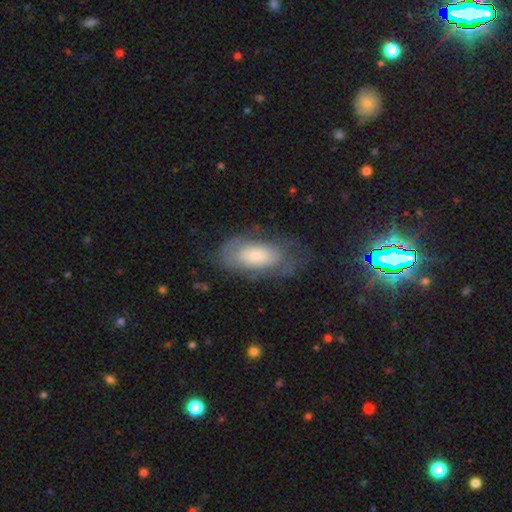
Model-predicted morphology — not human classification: This is possibly a smooth galaxy (49%). Merging: possibly none (56%).